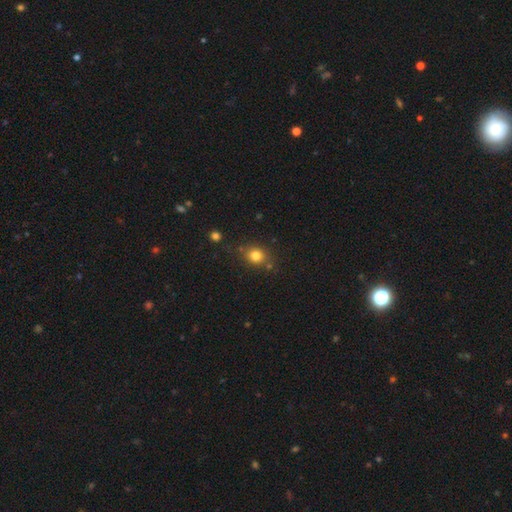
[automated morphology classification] A smooth galaxy with no disk features (80%) that is round (74%). Merging: none (76%).